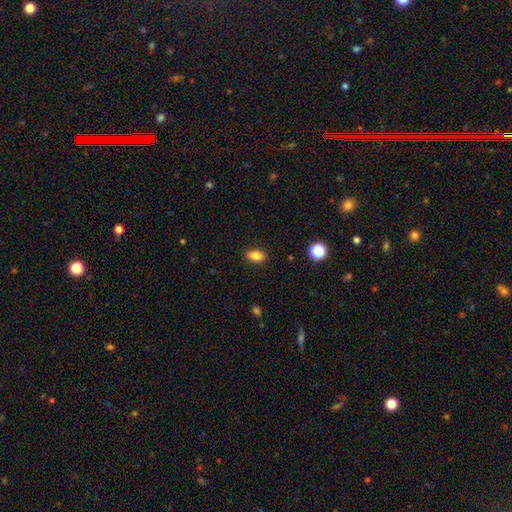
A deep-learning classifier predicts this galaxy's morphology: A smooth galaxy with no disk features (84%) that is in between round and cigar-shaped (86%). Merging: none (88%).